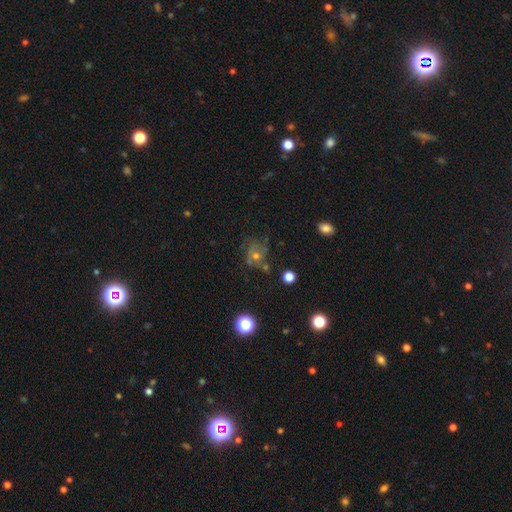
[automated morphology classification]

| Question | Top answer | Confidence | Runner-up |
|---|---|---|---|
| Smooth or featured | featured or disk | 42% | smooth (31%) |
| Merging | none | 57% | minor disturbance (20%) |